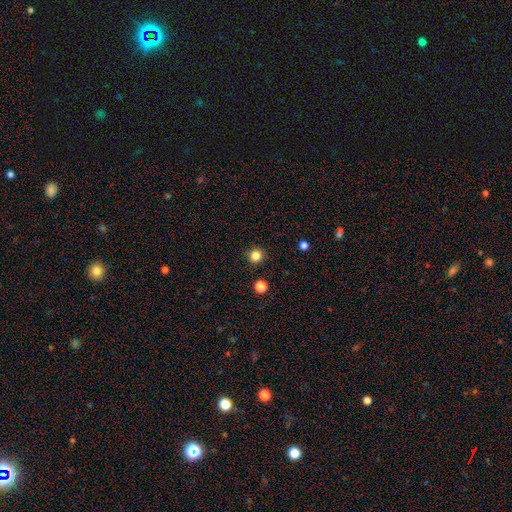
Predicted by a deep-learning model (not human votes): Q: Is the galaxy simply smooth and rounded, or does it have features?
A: smooth — 83%.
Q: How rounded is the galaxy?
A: round — 94%.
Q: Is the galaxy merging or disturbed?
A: none — 92%.